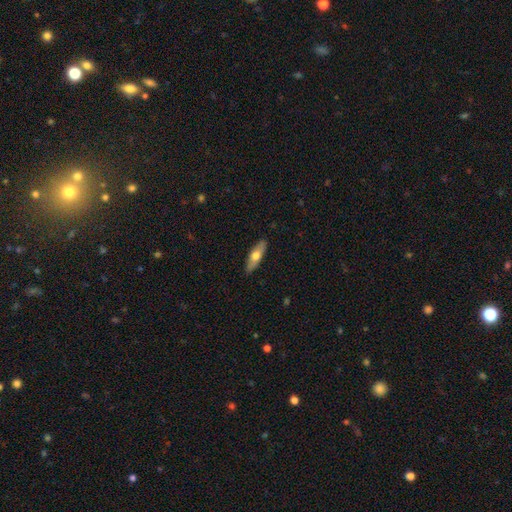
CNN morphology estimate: Smooth or featured?
  - smooth: 56% *
  - featured or disk: 38%
  - star or artifact: 6%
How rounded?
  - cigar-shaped: 56% *
  - in between: 42%
  - round: 3%
Merging?
  - none: 89% *
  - minor disturbance: 8%
  - major disturbance: 2%
  - merger: 1%